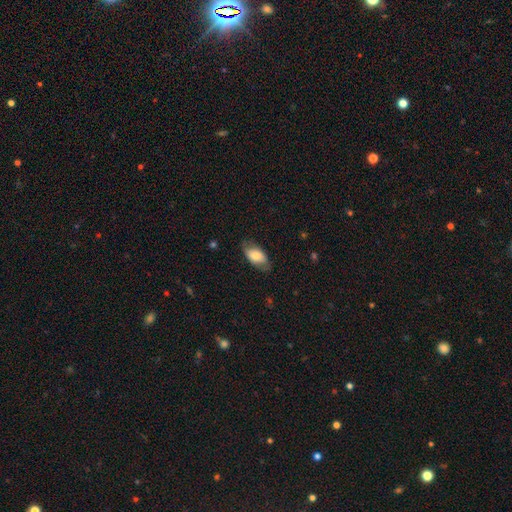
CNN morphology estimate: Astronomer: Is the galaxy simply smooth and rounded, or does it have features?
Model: smooth — 72%.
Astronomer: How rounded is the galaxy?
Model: in between — 92%.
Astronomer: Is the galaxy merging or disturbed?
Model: none — 76%.